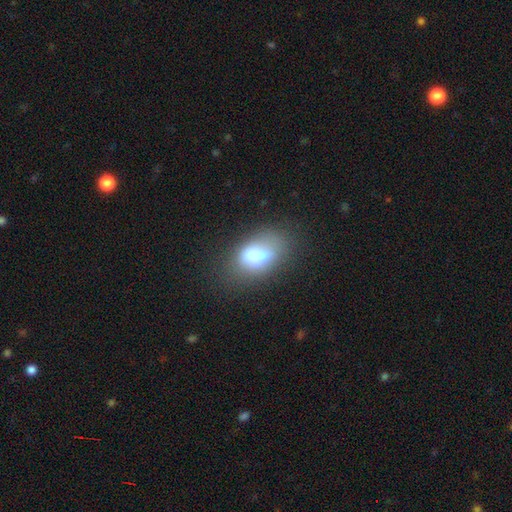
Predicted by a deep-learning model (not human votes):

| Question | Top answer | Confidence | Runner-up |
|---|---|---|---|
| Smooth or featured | smooth | 69% | featured or disk (19%) |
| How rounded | in between | 85% | round (12%) |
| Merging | none | 52% | minor disturbance (23%) |